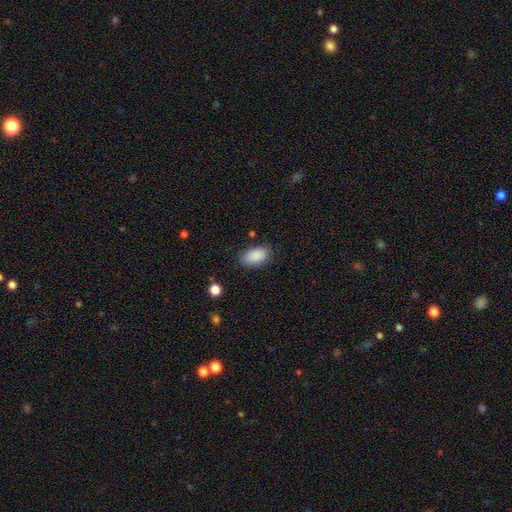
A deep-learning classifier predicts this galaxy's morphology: The model was most divided on "merging": none: 82%, minor disturbance: 13%, major disturbance: 3%, merger: 1%. More confident: how rounded — in between (93%); smooth or featured — smooth (89%).